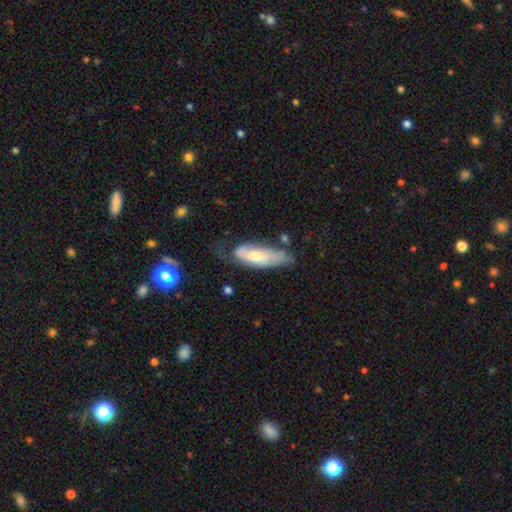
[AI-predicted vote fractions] Overall: smooth (48%; featured or disk 46%). Merging: none (39%; minor disturbance 35%).